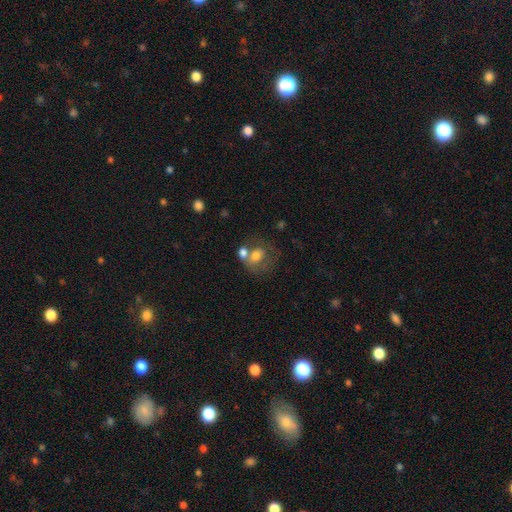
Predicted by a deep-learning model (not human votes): smooth 61%, featured or disk 29%, star or artifact 10%. Down the decision tree: how rounded — round (56%); merging — merger (41%).